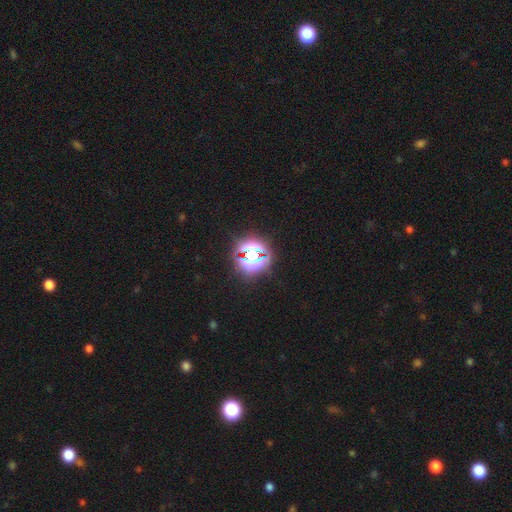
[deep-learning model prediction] This appears to be a star or artifact, not a galaxy (63%).